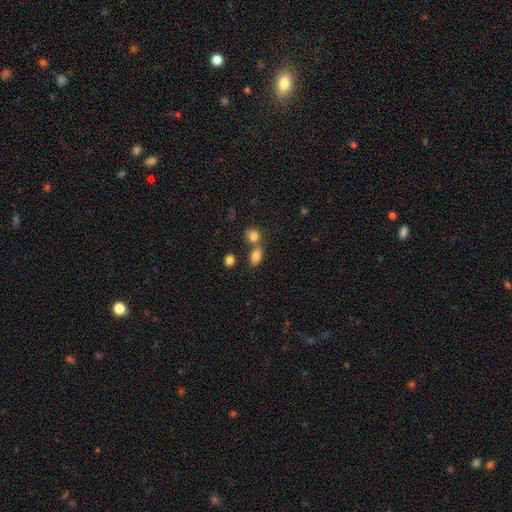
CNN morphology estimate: The model was most divided on "merging": none: 52%, merger: 33%, minor disturbance: 11%, major disturbance: 4%. More confident: how rounded — in between (81%); smooth or featured — smooth (81%).